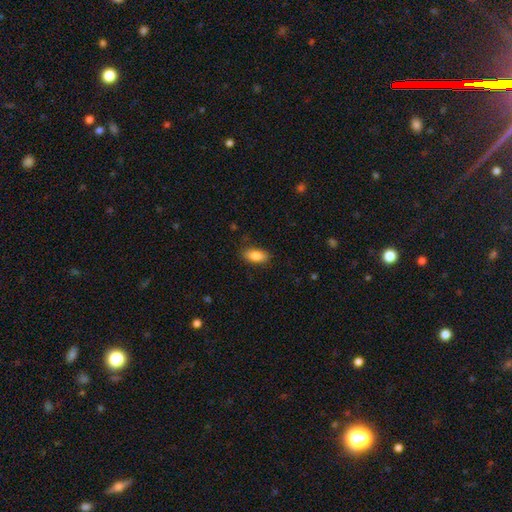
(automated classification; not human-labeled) This appears to be a smooth galaxy with no disk features (85%) that is in between round and cigar-shaped (89%). Merging: none (85%).